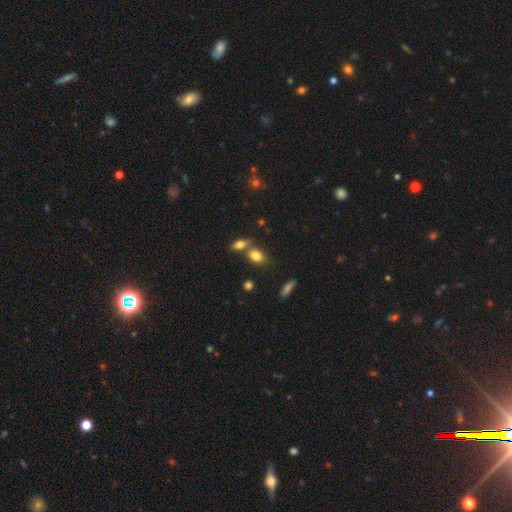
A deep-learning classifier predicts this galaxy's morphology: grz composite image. It shows a smooth galaxy with no disk features (80%) that is in between round and cigar-shaped (77%). Merging: none (55%).